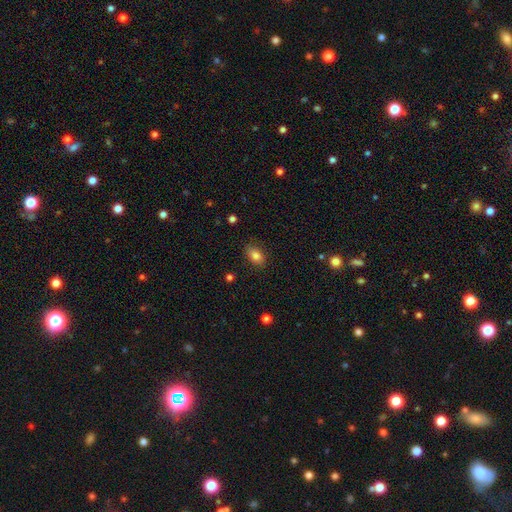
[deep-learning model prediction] Q: Smooth or featured?
A: smooth (83%); runner-up: star or artifact (9%)
Q: How rounded?
A: in between (87%); runner-up: round (10%)
Q: Merging?
A: none (84%); runner-up: minor disturbance (12%)